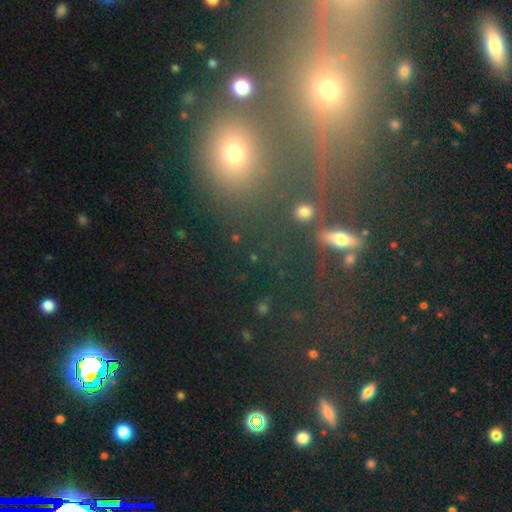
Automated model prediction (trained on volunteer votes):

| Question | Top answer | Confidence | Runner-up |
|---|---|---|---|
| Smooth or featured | star or artifact | 45% | smooth (41%) |